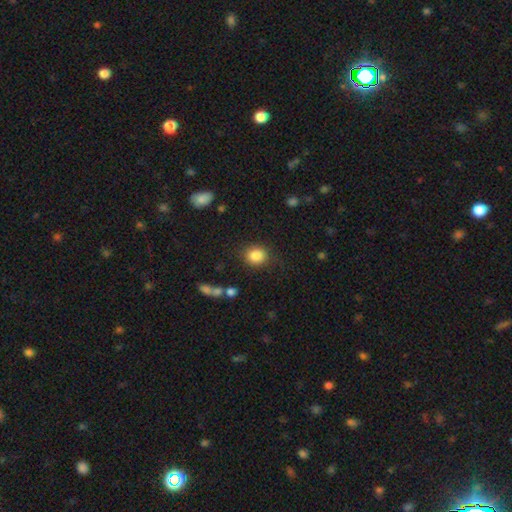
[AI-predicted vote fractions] A smooth galaxy with no disk features (86%) that is round (70%). Merging: none (82%).